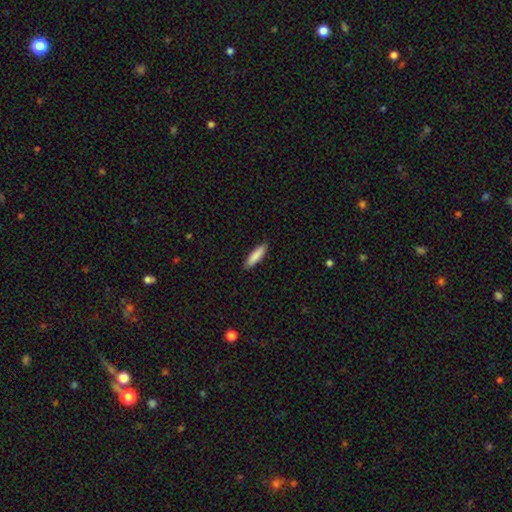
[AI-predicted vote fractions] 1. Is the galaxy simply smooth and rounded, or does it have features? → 87% smooth, 7% featured or disk, 6% star or artifact.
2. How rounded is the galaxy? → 67% cigar-shaped, 31% in between, 1% round.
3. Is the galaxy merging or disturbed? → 89% none, 8% minor disturbance, 2% major disturbance, 1% merger.